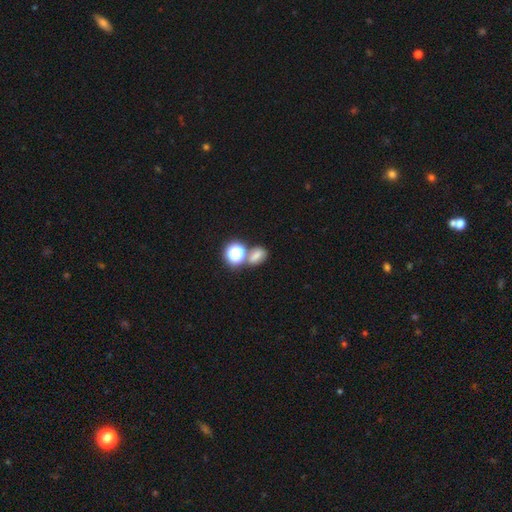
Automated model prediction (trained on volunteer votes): smooth_or_featured: smooth (p=0.67) [alt: star or artifact p=0.24]
how_rounded: in between (p=0.64) [alt: round p=0.34]
merging: none (p=0.53) [alt: merger p=0.28]